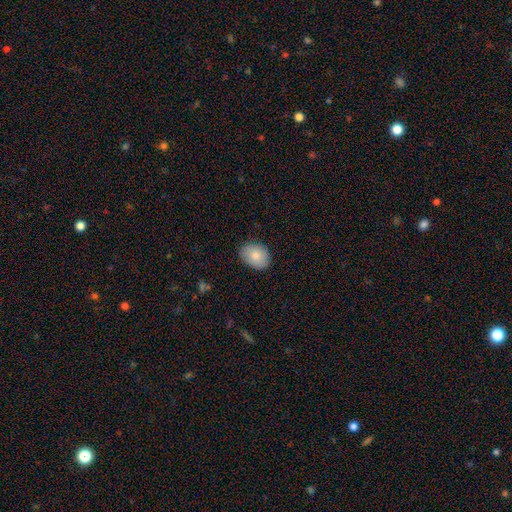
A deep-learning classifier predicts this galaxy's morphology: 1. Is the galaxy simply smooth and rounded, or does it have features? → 84% smooth, 10% featured or disk, 7% star or artifact.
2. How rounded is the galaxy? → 69% in between, 30% round, 1% cigar-shaped.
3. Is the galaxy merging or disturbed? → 84% none, 13% minor disturbance, 2% major disturbance, 1% merger.